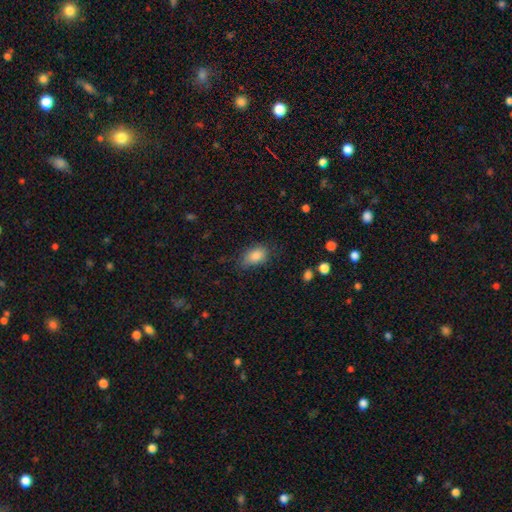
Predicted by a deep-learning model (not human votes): smooth 85%, star or artifact 9%, featured or disk 6%. Down the decision tree: how rounded — in between (86%); merging — none (68%).